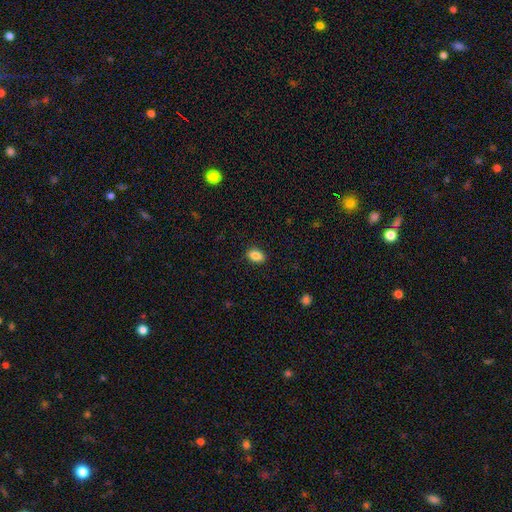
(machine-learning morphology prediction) A smooth galaxy with no disk features (86%) that is in between round and cigar-shaped (87%). Merging: none (89%).